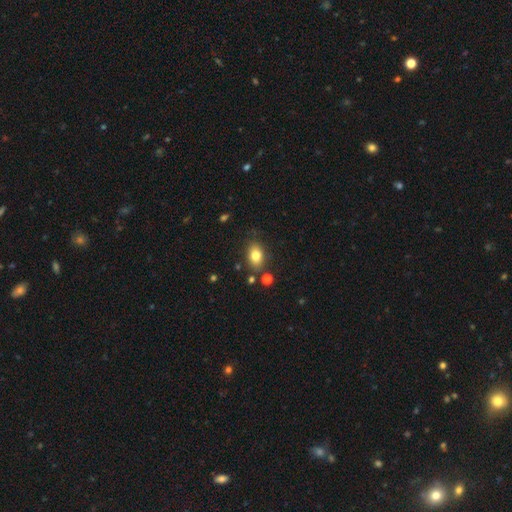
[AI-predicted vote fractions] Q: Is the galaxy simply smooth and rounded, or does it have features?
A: smooth — 81%.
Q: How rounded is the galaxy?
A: in between — 81%.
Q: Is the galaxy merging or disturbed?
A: none — 79%.